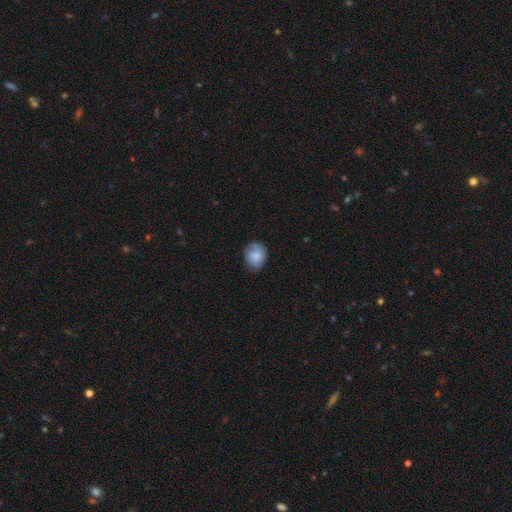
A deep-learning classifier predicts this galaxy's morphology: A smooth galaxy with no disk features (78%) that is round (57%). Merging: none (71%).